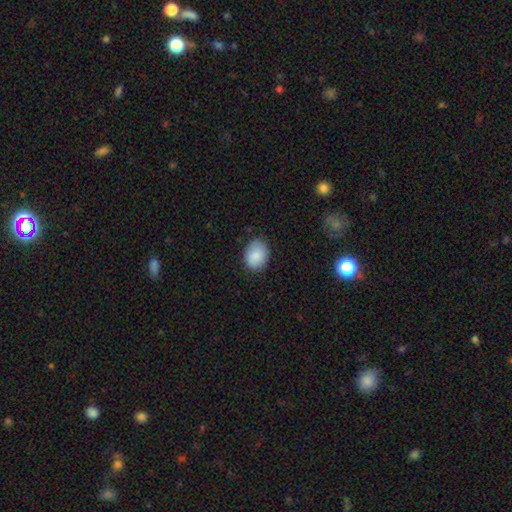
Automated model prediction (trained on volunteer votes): The model was most divided on "how rounded": in between: 69%, round: 30%, cigar-shaped: 1%. More confident: smooth or featured — smooth (87%); merging — none (81%).